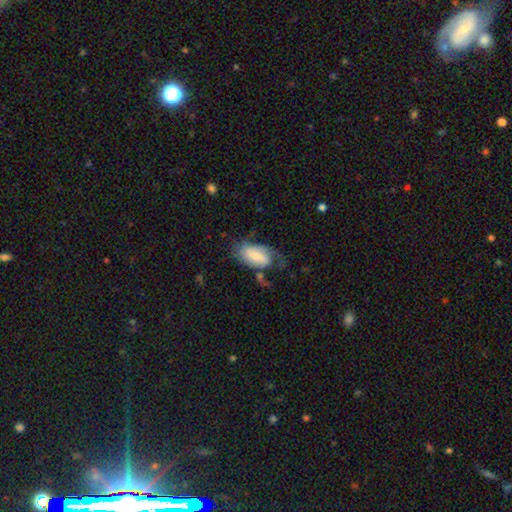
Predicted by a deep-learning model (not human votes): Q: Smooth or featured?
A: smooth (50%); runner-up: featured or disk (42%)
Q: How rounded?
A: in between (92%); runner-up: round (5%)
Q: Merging?
A: none (34%); runner-up: major disturbance (33%)